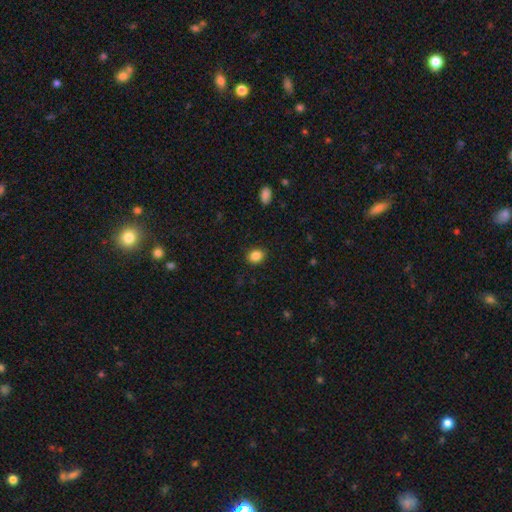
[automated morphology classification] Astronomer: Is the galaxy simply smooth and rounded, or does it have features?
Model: smooth — 86%.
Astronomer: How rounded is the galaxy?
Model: round — 61% (runner-up: in between, 38%).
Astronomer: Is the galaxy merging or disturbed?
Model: none — 89%.